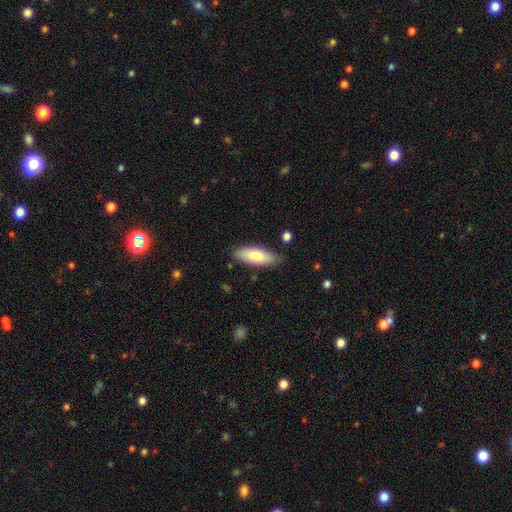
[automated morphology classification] smooth-or-featured: smooth: 81% | featured or disk: 14% | star or artifact: 6%
  how-rounded: in between: 64% | cigar-shaped: 34% | round: 2%
  merging: none: 81% | minor disturbance: 14% | major disturbance: 3% | merger: 2%